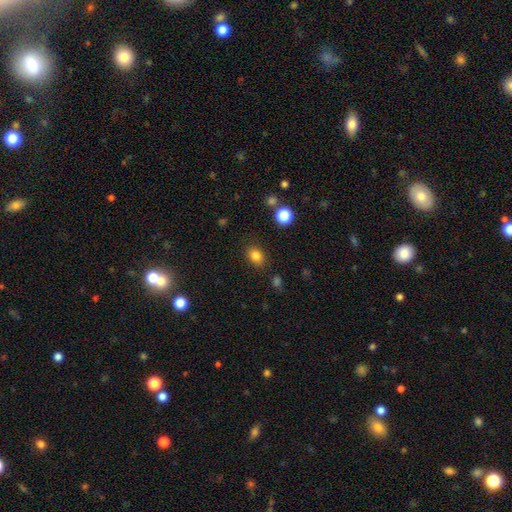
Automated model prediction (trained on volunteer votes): The model was most divided on "how rounded": in between: 62%, round: 37%, cigar-shaped: 1%. More confident: merging — none (84%); smooth or featured — smooth (82%).